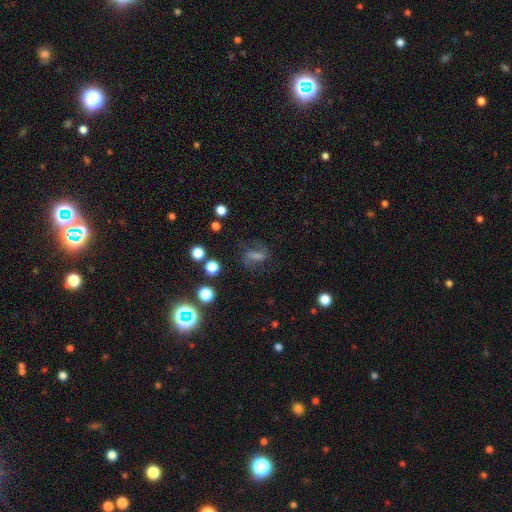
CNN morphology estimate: Q: Smooth or featured?
A: smooth (54%); runner-up: featured or disk (28%)
Q: How rounded?
A: in between (61%); runner-up: round (23%)
Q: Merging?
A: none (61%); runner-up: minor disturbance (18%)